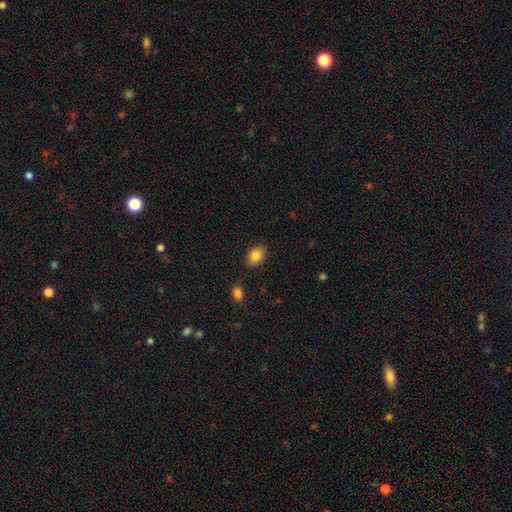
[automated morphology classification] Smooth or featured?
  - smooth: 85% *
  - star or artifact: 8%
  - featured or disk: 8%
How rounded?
  - in between: 84% *
  - round: 14%
  - cigar-shaped: 1%
Merging?
  - none: 86% *
  - minor disturbance: 10%
  - major disturbance: 2%
  - merger: 2%